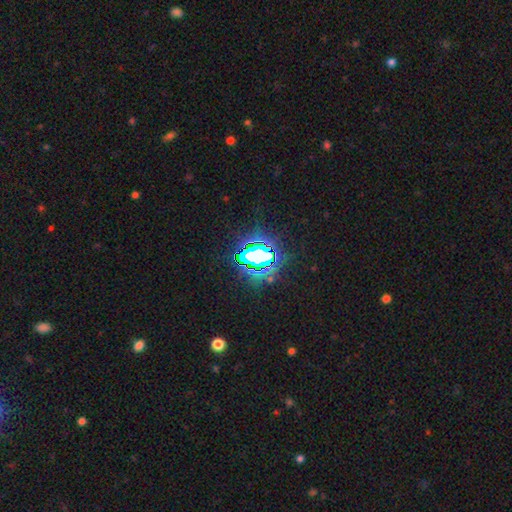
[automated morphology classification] Smooth or featured? Predicted: star or artifact (p=0.72).